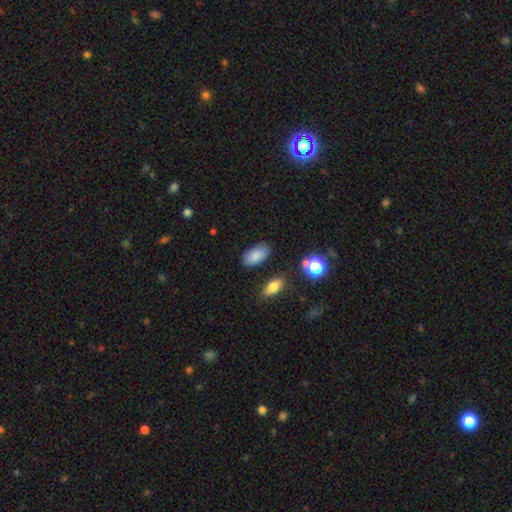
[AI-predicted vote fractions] A smooth galaxy with no disk features (84%) that is in between round and cigar-shaped (93%).

Vote fractions:
- Smooth or featured? smooth: 84% / star or artifact: 9% / featured or disk: 7%
- How rounded? in between: 93% / round: 4% / cigar-shaped: 3%
- Merging? none: 83% / minor disturbance: 11% / major disturbance: 3% / merger: 3%